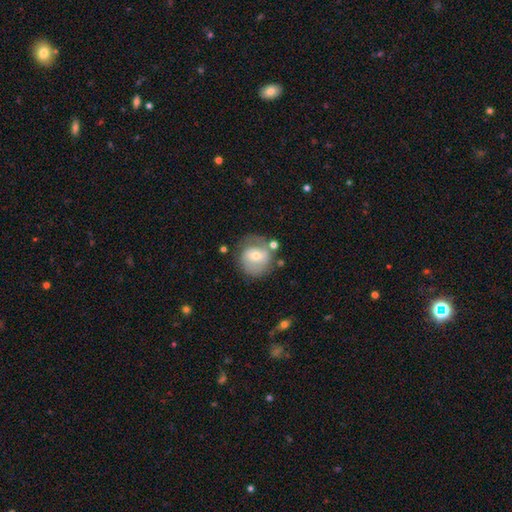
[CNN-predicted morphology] Smooth or featured: featured or disk — 49% (smooth — 43%)
Merging: none — 60% (minor disturbance — 20%)